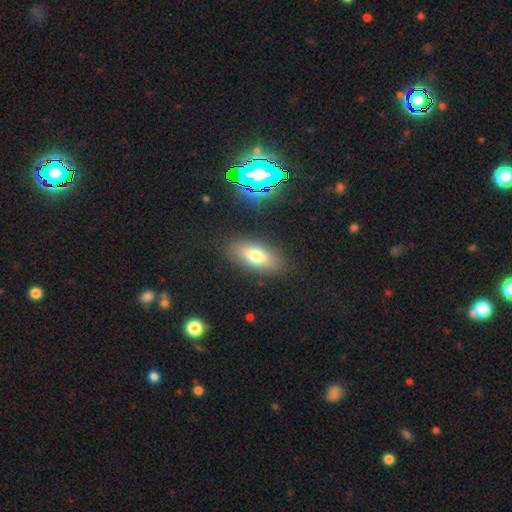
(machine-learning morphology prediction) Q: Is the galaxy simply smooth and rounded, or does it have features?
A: smooth — 72%.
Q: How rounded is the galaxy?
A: in between — 85%.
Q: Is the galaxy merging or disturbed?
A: none — 86%.